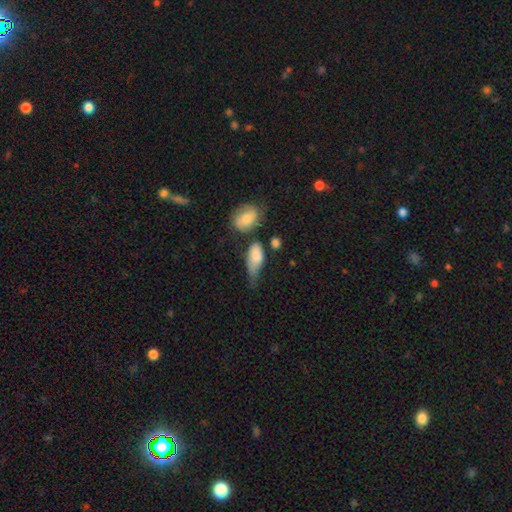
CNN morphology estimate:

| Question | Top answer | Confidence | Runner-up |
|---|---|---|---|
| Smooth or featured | smooth | 80% | featured or disk (14%) |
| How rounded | in between | 84% | cigar-shaped (9%) |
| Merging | minor disturbance | 40% | major disturbance (25%) |